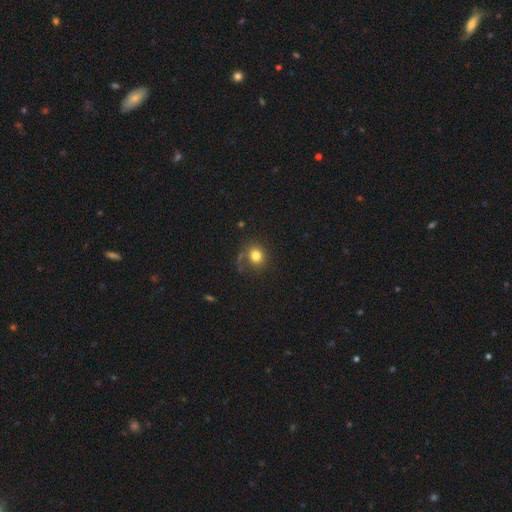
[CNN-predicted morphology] This is likely a smooth galaxy (78%). How rounded: likely round (75%). Merging: likely none (63%).